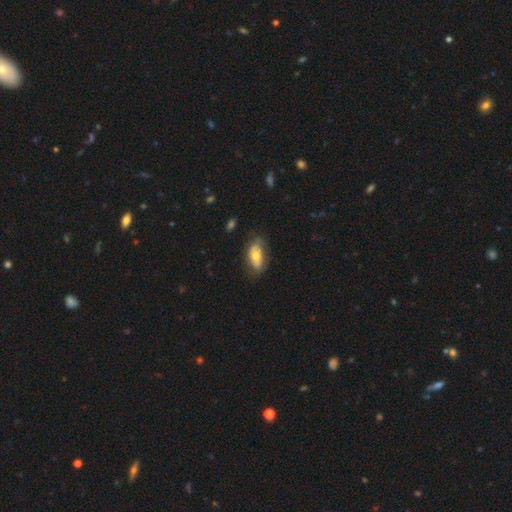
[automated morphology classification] type=smooth (52%); roundness=in between (89%); merging=none (64%).